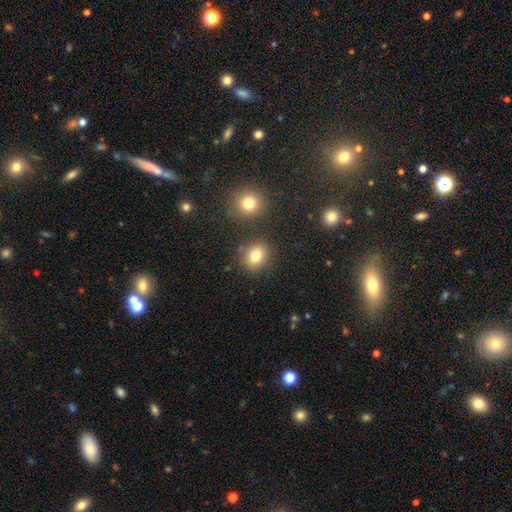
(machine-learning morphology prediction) Overall: smooth (81%). How rounded: round (62%; in between 37%). Merging: none (80%).